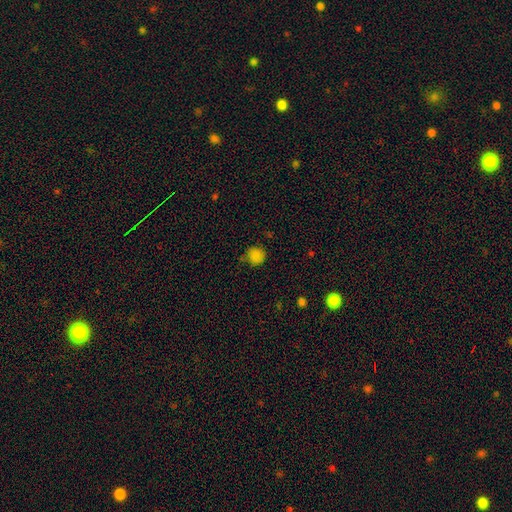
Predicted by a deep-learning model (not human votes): A smooth galaxy with no disk features (82%) that is round (89%).

Vote fractions:
- Smooth or featured? smooth: 82% / star or artifact: 14% / featured or disk: 4%
- How rounded? round: 89% / in between: 10% / cigar-shaped: 1%
- Merging? none: 70% / minor disturbance: 22% / major disturbance: 5% / merger: 3%